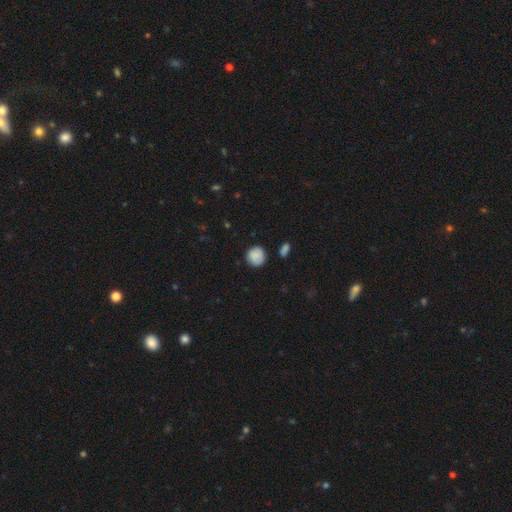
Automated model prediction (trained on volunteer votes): Smooth or featured?
  - smooth: 85% *
  - star or artifact: 8%
  - featured or disk: 7%
How rounded?
  - round: 89% *
  - in between: 10%
  - cigar-shaped: 1%
Merging?
  - none: 81% *
  - minor disturbance: 14%
  - major disturbance: 3%
  - merger: 2%